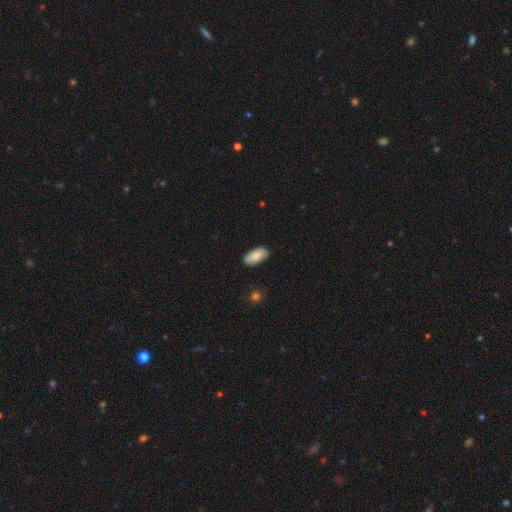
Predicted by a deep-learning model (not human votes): smooth 84%, featured or disk 10%, star or artifact 6%. Down the decision tree: how rounded — in between (94%); merging — none (82%).